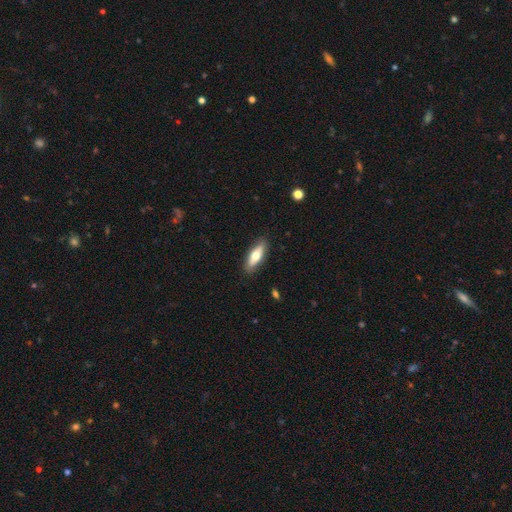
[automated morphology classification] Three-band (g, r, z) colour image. It shows a smooth galaxy with no disk features (62%) that is in between round and cigar-shaped (61%). Merging: none (87%).